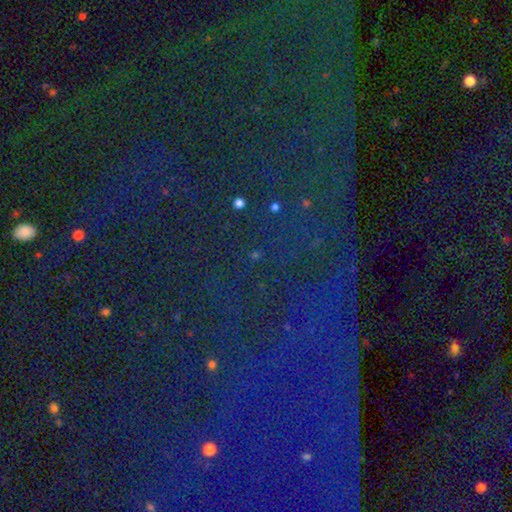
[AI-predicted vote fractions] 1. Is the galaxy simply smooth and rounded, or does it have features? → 84% star or artifact, 8% smooth, 8% featured or disk.